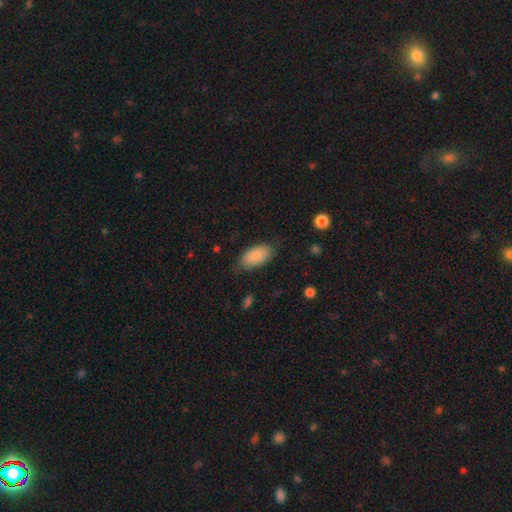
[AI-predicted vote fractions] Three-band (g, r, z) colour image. It shows a smooth galaxy with no disk features (87%) that is in between round and cigar-shaped (94%). Merging: none (78%).